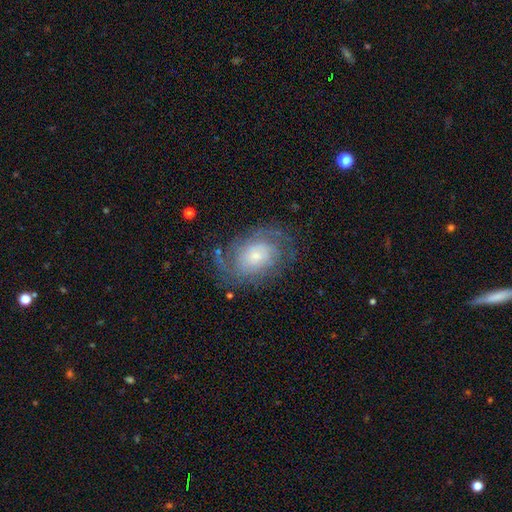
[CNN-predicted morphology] A featured or disk galaxy (67%) with no bar (77%), tight (52%) spiral arms (83%) and a small central bulge (61%). Merging: none (66%).